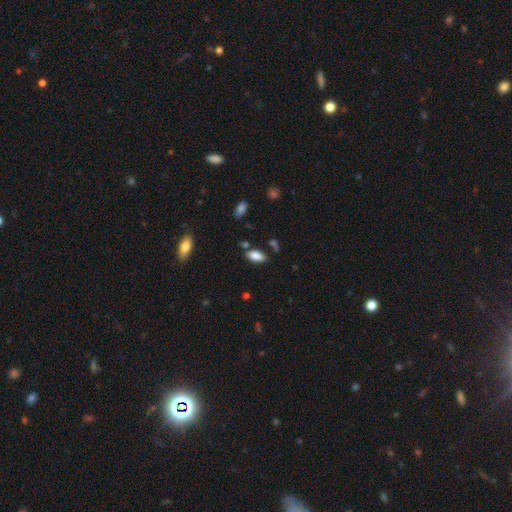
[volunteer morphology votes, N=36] A smooth galaxy with no disk features (89%) that is in between round and cigar-shaped (94%). Merging: none (91%).